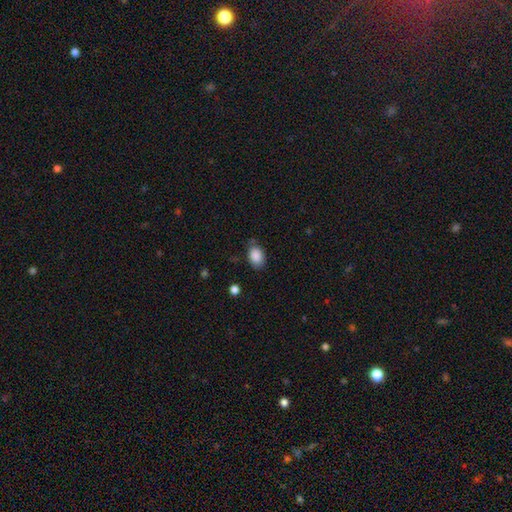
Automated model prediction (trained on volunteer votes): The model was most divided on "merging": none: 73%, minor disturbance: 21%, major disturbance: 5%, merger: 2%. More confident: smooth or featured — smooth (88%); how rounded — in between (80%).